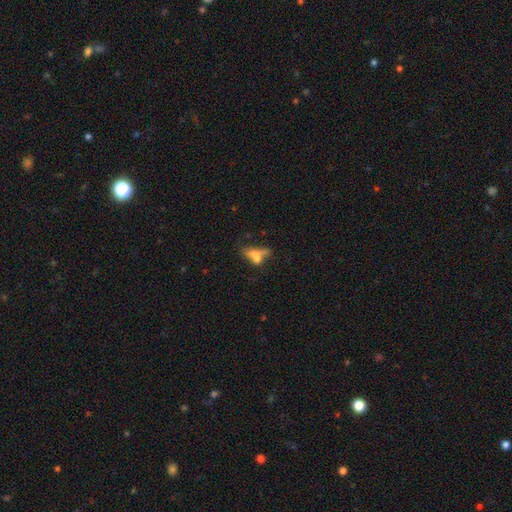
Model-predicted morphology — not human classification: Q: Smooth or featured?
A: smooth (58%); runner-up: featured or disk (29%)
Q: How rounded?
A: in between (61%); runner-up: cigar-shaped (29%)
Q: Merging?
A: merger (37%); runner-up: none (28%)